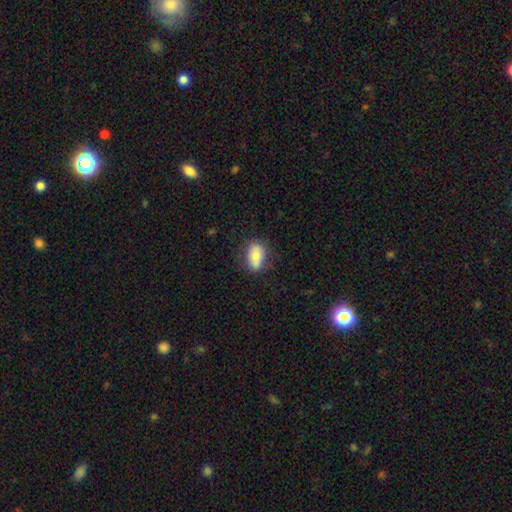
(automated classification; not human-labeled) Smooth or featured? smooth (73%)
How rounded? in between (85%)
Merging? none (71%)